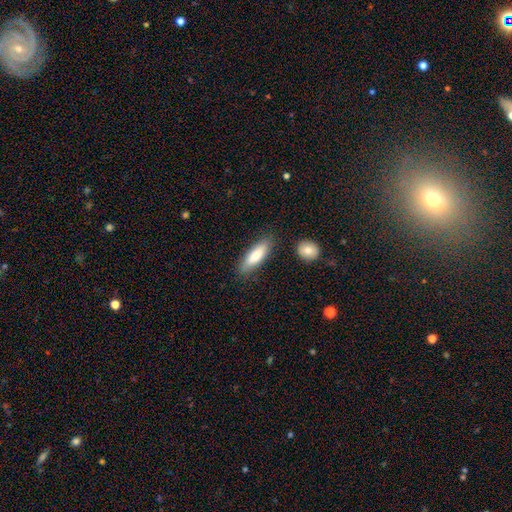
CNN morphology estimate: type=smooth (78%); roundness=cigar-shaped (55%); merging=none (81%).